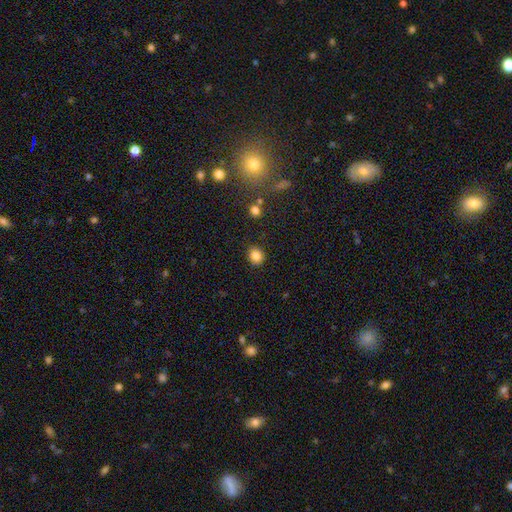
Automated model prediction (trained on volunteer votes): This appears to be a smooth galaxy with no disk features (84%) that is round (74%). Merging: none (88%).